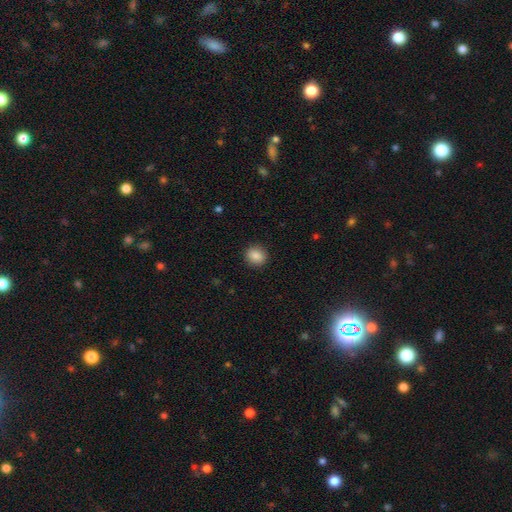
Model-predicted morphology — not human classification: This is clearly a smooth galaxy (87%). How rounded: likely round (77%). Merging: clearly none (90%).